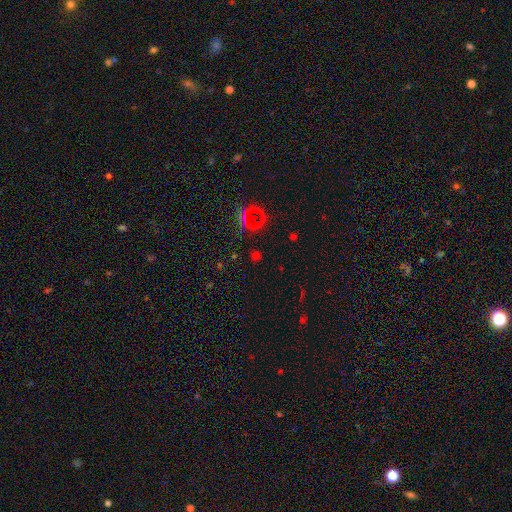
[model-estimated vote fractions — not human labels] This is possibly a star or artifact rather than a galaxy (55%).